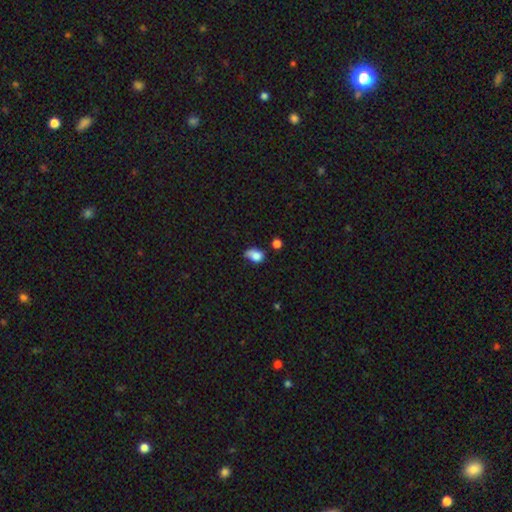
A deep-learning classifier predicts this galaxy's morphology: Q: Smooth or featured?
A: smooth (79%); runner-up: featured or disk (11%)
Q: How rounded?
A: in between (69%); runner-up: round (30%)
Q: Merging?
A: minor disturbance (39%); runner-up: none (34%)